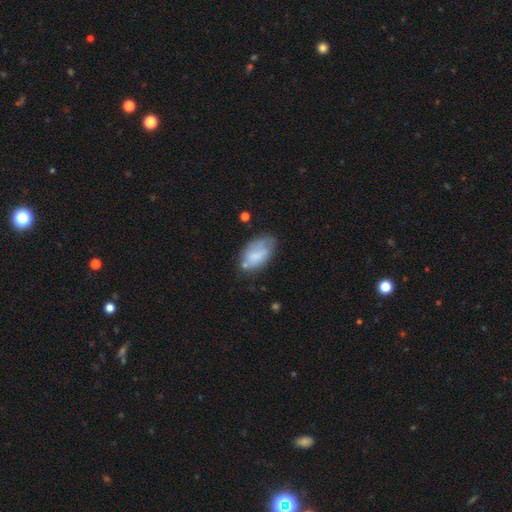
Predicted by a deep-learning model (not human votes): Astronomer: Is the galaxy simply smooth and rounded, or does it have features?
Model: smooth — 67%.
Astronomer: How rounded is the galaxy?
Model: in between — 93%.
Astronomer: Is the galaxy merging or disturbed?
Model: none — 49% (runner-up: minor disturbance, 32%).